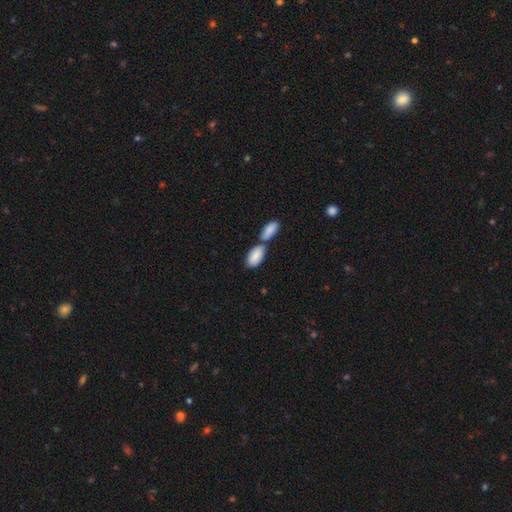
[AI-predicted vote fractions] The model was most divided on "merging": merger: 53%, none: 34%, minor disturbance: 10%, major disturbance: 3%. More confident: how rounded — in between (93%); smooth or featured — smooth (86%).